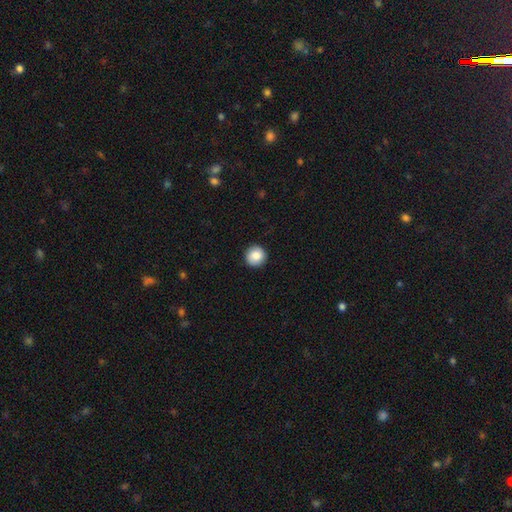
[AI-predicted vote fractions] A smooth galaxy with no disk features (87%) that is round (95%). Merging: none (92%).